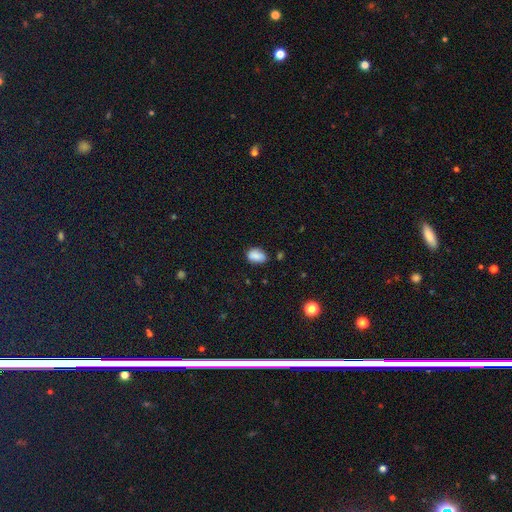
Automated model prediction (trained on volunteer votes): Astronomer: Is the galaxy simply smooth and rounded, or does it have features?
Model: smooth — 84%.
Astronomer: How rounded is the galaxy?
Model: in between — 84%.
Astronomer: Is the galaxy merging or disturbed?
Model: none — 63%.